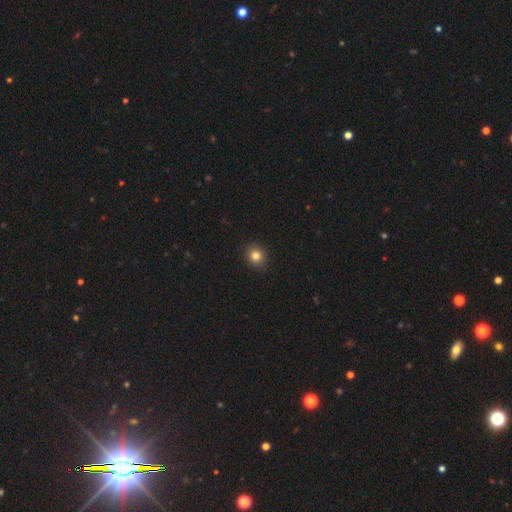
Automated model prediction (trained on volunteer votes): Q: Smooth or featured?
A: smooth (82%); runner-up: star or artifact (12%)
Q: How rounded?
A: round (86%); runner-up: in between (14%)
Q: Merging?
A: none (91%); runner-up: minor disturbance (6%)